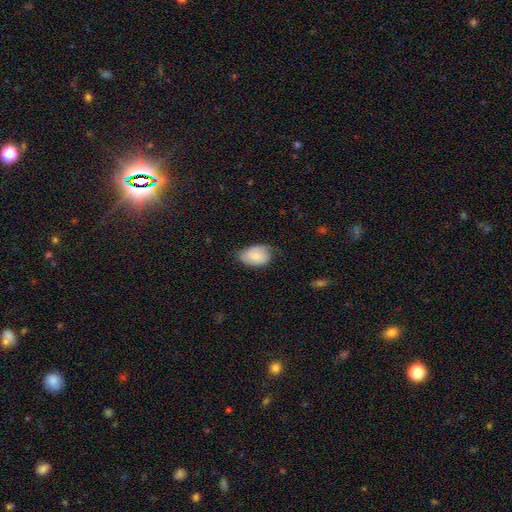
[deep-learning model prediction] A smooth galaxy with no disk features (75%) that is in between round and cigar-shaped (86%). Merging: none (58%).